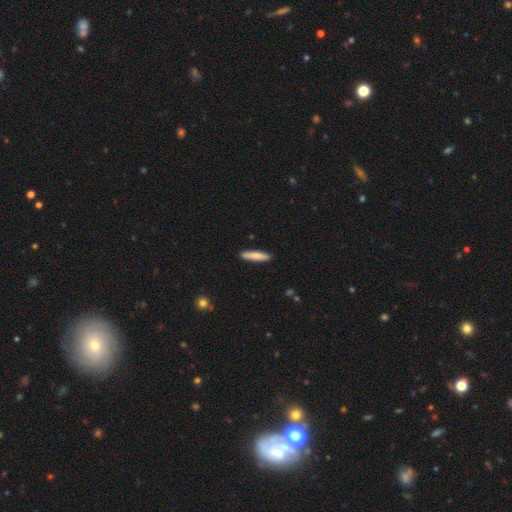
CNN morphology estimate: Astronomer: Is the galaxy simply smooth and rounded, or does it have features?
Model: smooth — 80%.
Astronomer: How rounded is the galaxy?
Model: cigar-shaped — 86%.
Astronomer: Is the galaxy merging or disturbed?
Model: none — 90%.